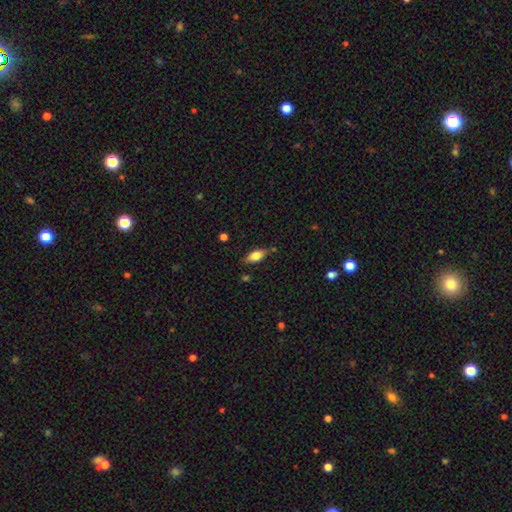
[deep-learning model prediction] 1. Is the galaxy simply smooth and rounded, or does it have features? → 68% smooth, 24% featured or disk, 8% star or artifact.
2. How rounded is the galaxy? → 80% in between, 16% cigar-shaped, 4% round.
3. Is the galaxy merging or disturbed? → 78% none, 16% minor disturbance, 3% major disturbance, 3% merger.